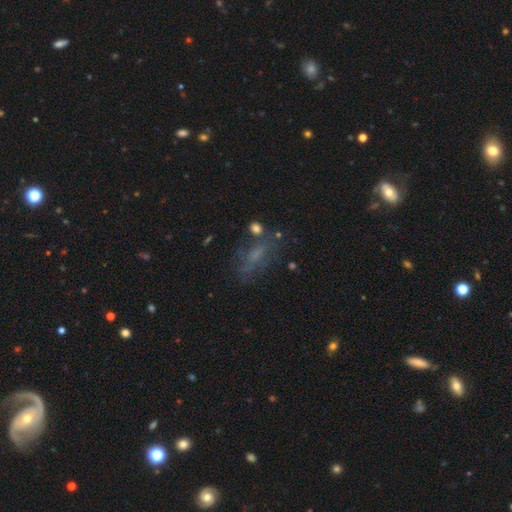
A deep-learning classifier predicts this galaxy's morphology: Q: Smooth or featured?
A: smooth (43%); runner-up: featured or disk (34%)
Q: Merging?
A: none (53%); runner-up: minor disturbance (21%)